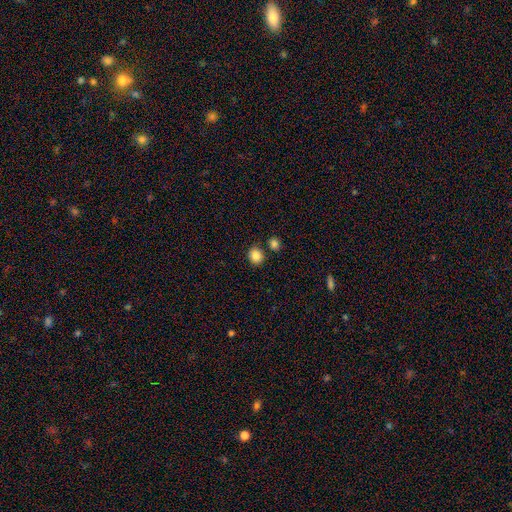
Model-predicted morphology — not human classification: type=smooth (85%); roundness=round (76%); merging=none (77%).